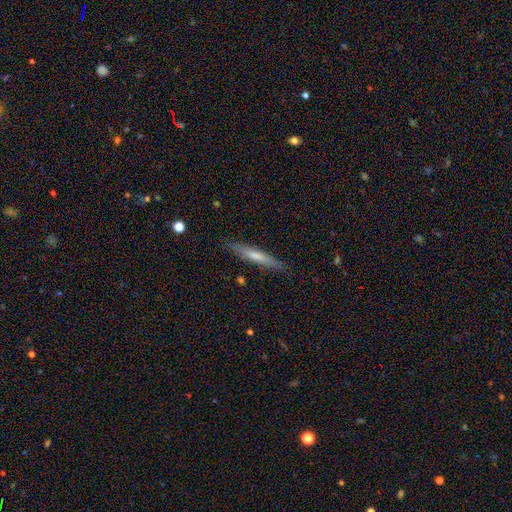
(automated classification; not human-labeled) Smooth or featured?
  - smooth: 53% *
  - featured or disk: 40%
  - star or artifact: 7%
How rounded?
  - cigar-shaped: 93% *
  - in between: 5%
  - round: 1%
Merging?
  - none: 88% *
  - minor disturbance: 9%
  - major disturbance: 2%
  - merger: 1%